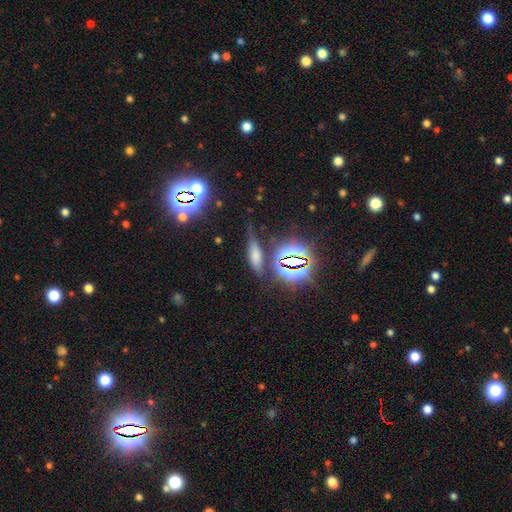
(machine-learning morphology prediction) Smooth or featured? Predicted: smooth (p=0.54). How rounded? Predicted: cigar-shaped (p=0.52). Merging? Predicted: none (p=0.68).